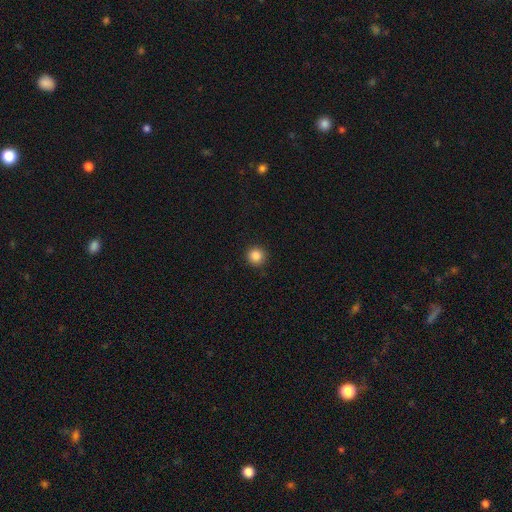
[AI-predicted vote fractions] Smooth or featured? smooth (85%)
How rounded? round (95%)
Merging? none (92%)